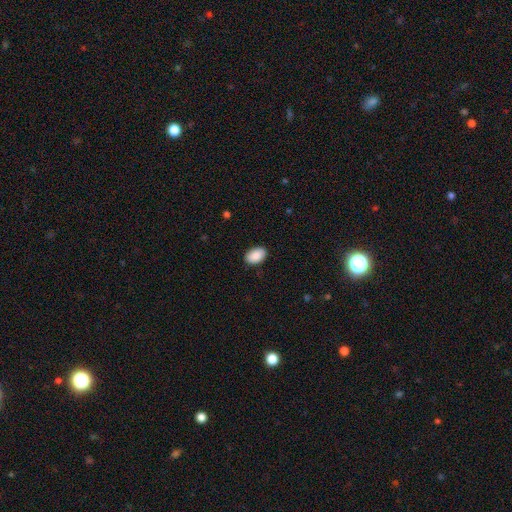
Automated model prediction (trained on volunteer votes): Morphology: type=smooth (90%); roundness=in between (91%); merging=none (88%).